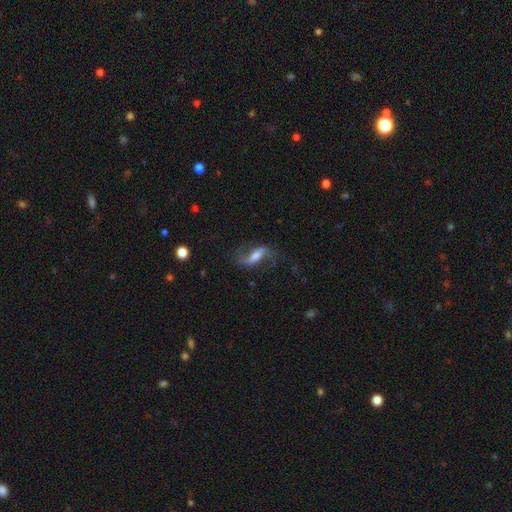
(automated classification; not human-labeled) This appears to be a featured or disk galaxy (66%) with a strong bar (45%), 2 (89%) loose (77%) spiral arms (88%) and a moderate central bulge (42%). Merging: none (64%).